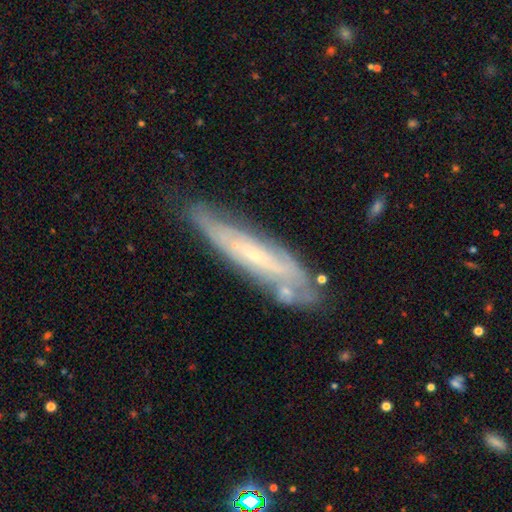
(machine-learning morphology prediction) A featured or disk galaxy (66%) viewed edge-on (52%).

Vote fractions:
- Smooth or featured? featured or disk: 66% / smooth: 26% / star or artifact: 7%
- Edge-on disk? yes: 52% / no: 48%
- Merging? none: 68% / minor disturbance: 21% / major disturbance: 6% / merger: 5%